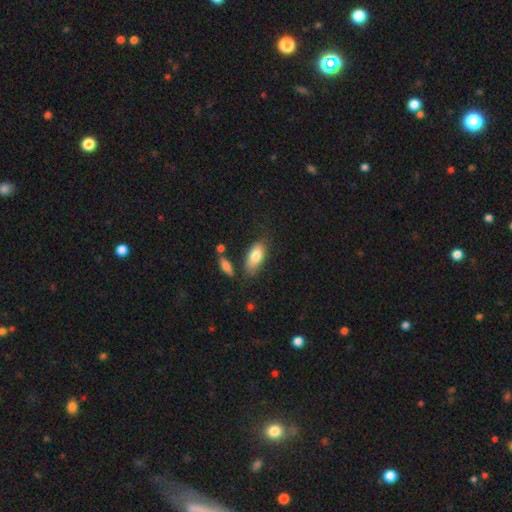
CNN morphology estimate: Smooth or featured? Predicted: smooth (p=0.80). How rounded? Predicted: in between (p=0.88). Merging? Predicted: none (p=0.67).